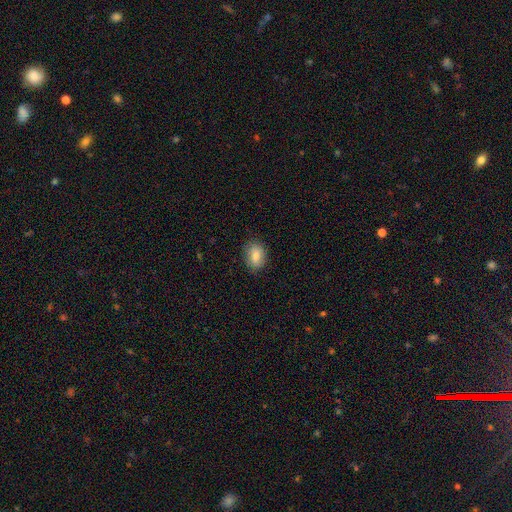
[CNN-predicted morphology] Smooth or featured?
  - smooth: 80% *
  - featured or disk: 12%
  - star or artifact: 8%
How rounded?
  - in between: 72% *
  - round: 26%
  - cigar-shaped: 1%
Merging?
  - none: 83% *
  - minor disturbance: 13%
  - major disturbance: 3%
  - merger: 1%